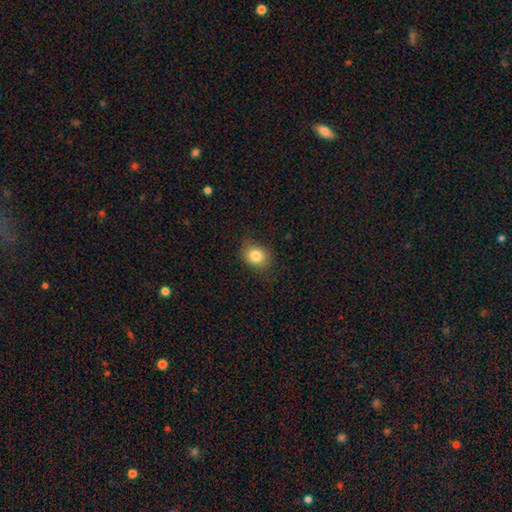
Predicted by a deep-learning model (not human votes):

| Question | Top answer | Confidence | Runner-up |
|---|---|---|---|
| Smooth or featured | smooth | 82% | star or artifact (10%) |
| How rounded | round | 50% | in between (49%) |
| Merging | none | 82% | minor disturbance (13%) |